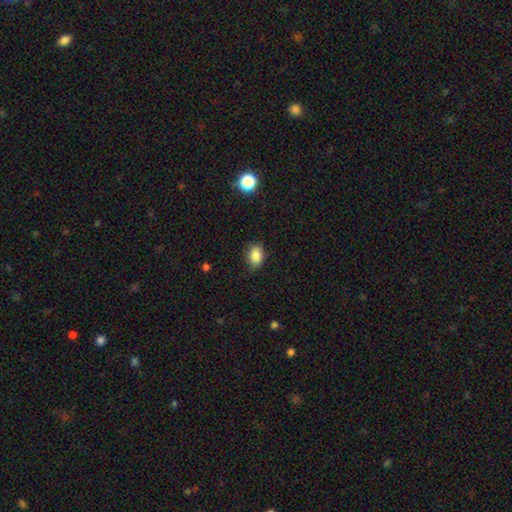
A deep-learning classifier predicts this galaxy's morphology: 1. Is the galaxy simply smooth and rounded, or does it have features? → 86% smooth, 9% star or artifact, 5% featured or disk.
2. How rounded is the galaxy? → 77% in between, 21% round, 1% cigar-shaped.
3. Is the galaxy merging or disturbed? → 76% none, 20% minor disturbance, 3% major disturbance, 1% merger.